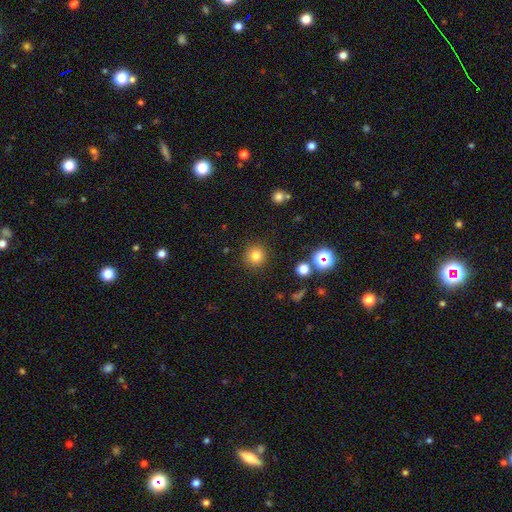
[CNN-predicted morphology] Smooth or featured? Predicted: smooth (p=0.80). How rounded? Predicted: round (p=0.93). Merging? Predicted: none (p=0.89).